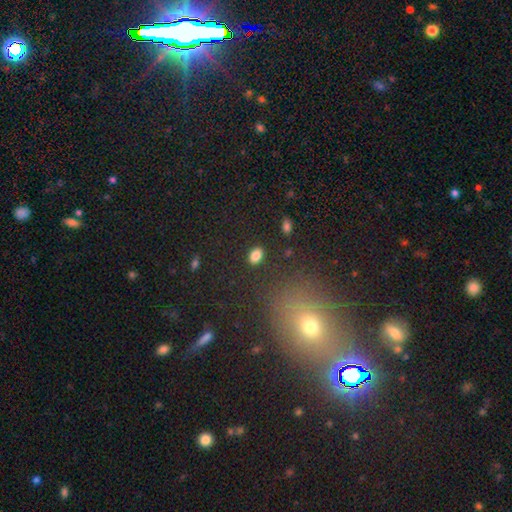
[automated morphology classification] Q: Smooth or featured?
A: smooth (84%); runner-up: star or artifact (10%)
Q: How rounded?
A: in between (83%); runner-up: round (15%)
Q: Merging?
A: none (87%); runner-up: minor disturbance (8%)